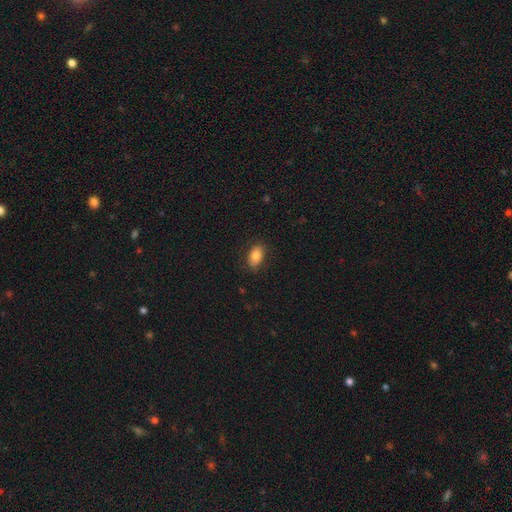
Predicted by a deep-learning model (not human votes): A smooth galaxy with no disk features (80%) that is in between round and cigar-shaped (87%). Merging: none (83%).